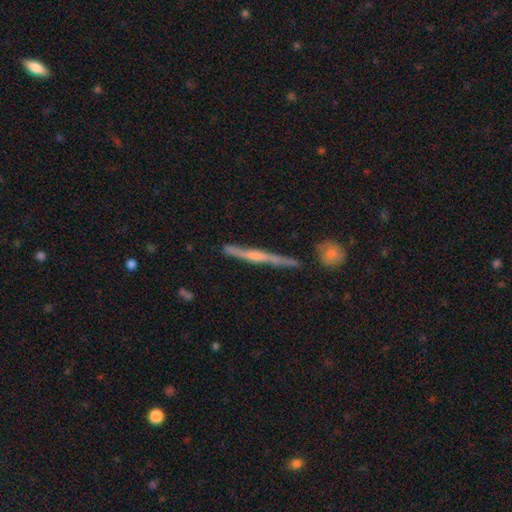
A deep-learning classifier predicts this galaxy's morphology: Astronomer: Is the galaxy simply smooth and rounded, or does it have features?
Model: featured or disk — 67%.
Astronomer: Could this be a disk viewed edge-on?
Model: yes — 96%.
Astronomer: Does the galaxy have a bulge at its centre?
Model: rounded — 42% (runner-up: none, 41%).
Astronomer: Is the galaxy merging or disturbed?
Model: none — 83%.